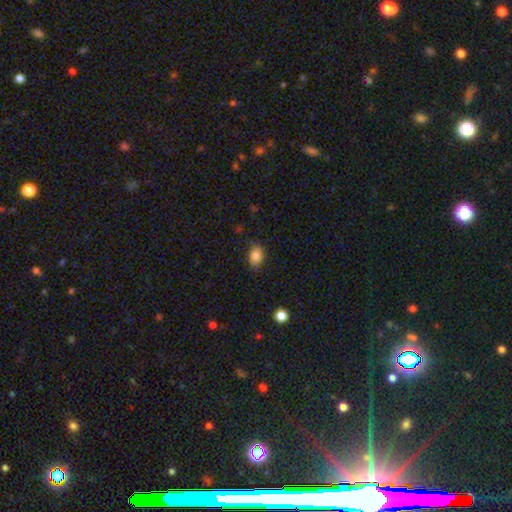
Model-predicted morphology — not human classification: smooth-or-featured: smooth: 84% | star or artifact: 9% | featured or disk: 7%
  how-rounded: in between: 77% | round: 21% | cigar-shaped: 1%
  merging: none: 82% | minor disturbance: 14% | major disturbance: 3% | merger: 1%